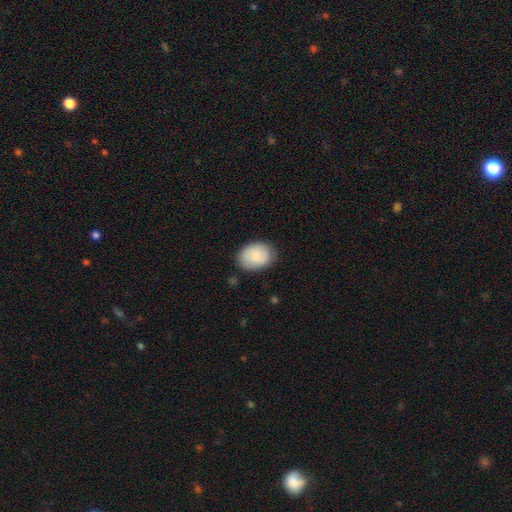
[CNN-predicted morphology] Smooth or featured?
  - smooth: 83% *
  - featured or disk: 11%
  - star or artifact: 6%
How rounded?
  - in between: 66% *
  - round: 34%
  - cigar-shaped: 1%
Merging?
  - none: 80% *
  - minor disturbance: 15%
  - major disturbance: 3%
  - merger: 2%